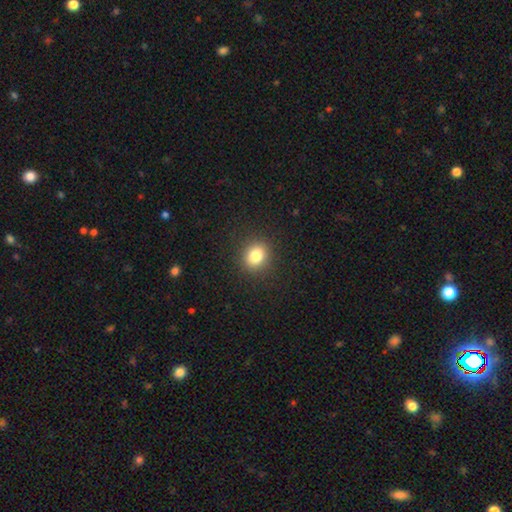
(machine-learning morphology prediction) A smooth galaxy with no disk features (82%) that is round (71%). Merging: none (90%).